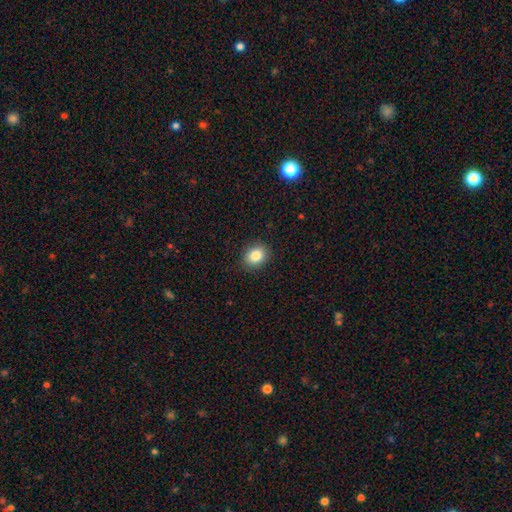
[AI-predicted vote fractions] smooth 85%, star or artifact 9%, featured or disk 6%. Down the decision tree: how rounded — round (53%); merging — none (89%).